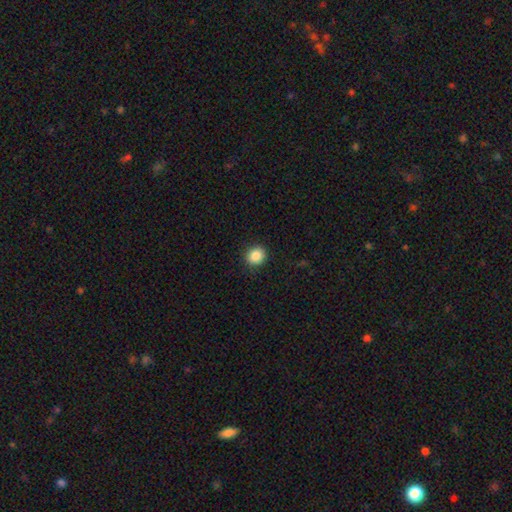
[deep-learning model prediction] Smooth or featured?
  - smooth: 87% *
  - star or artifact: 9%
  - featured or disk: 4%
How rounded?
  - round: 85% *
  - in between: 14%
  - cigar-shaped: 1%
Merging?
  - none: 90% *
  - minor disturbance: 7%
  - major disturbance: 2%
  - merger: 1%